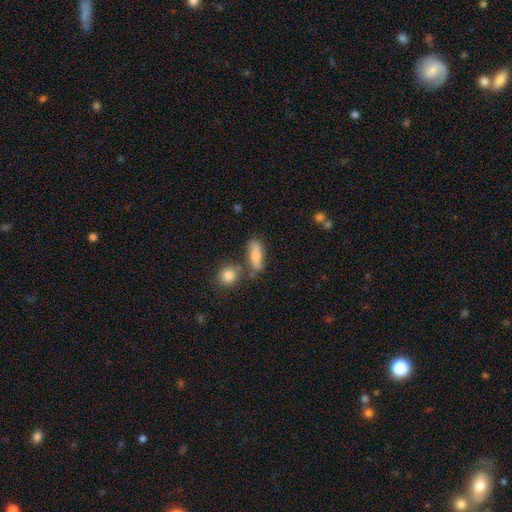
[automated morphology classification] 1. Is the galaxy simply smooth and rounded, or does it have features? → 68% smooth, 24% featured or disk, 8% star or artifact.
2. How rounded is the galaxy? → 60% in between, 34% cigar-shaped, 6% round.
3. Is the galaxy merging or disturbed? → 65% none, 17% minor disturbance, 13% merger, 5% major disturbance.